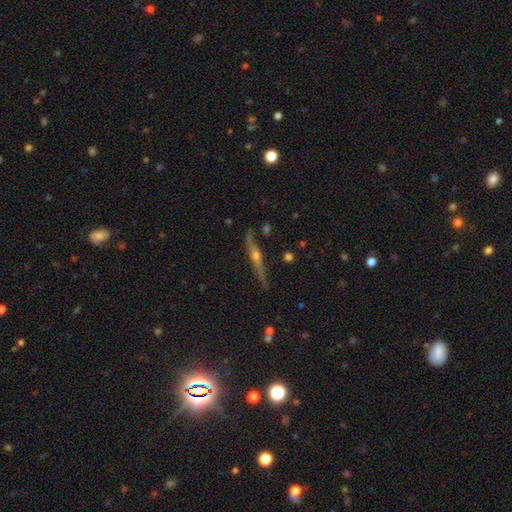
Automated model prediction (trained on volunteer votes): Smooth or featured?
  - featured or disk: 79% *
  - smooth: 14%
  - star or artifact: 7%
Edge-on disk?
  - yes: 96% *
  - no: 4%
Edge-on bulge?
  - rounded: 88% *
  - none: 8%
  - boxy: 4%
Merging?
  - none: 81% *
  - minor disturbance: 14%
  - major disturbance: 3%
  - merger: 2%